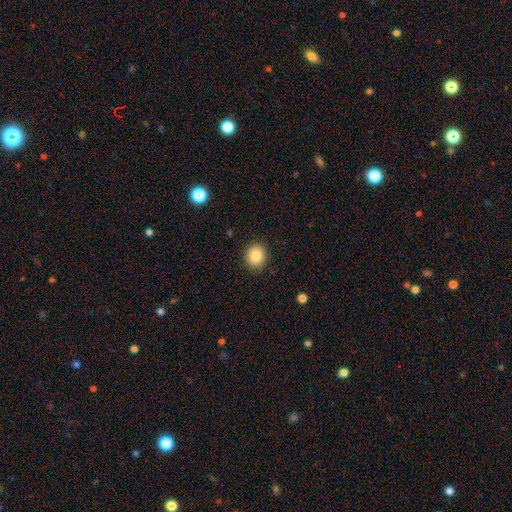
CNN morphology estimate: Smooth or featured? smooth (84%)
How rounded? round (80%)
Merging? none (89%)